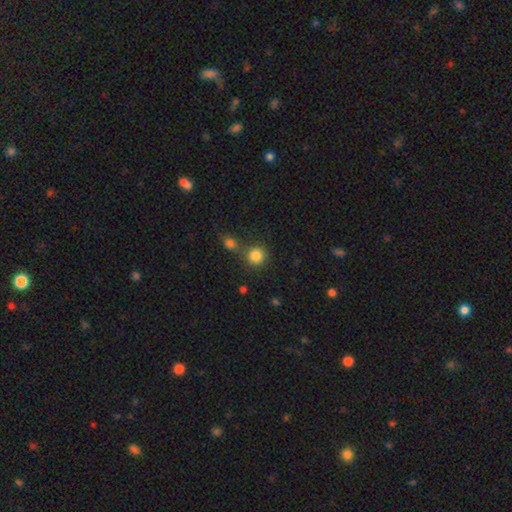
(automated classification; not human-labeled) Overall: smooth (83%). How rounded: round (90%). Merging: none (68%).